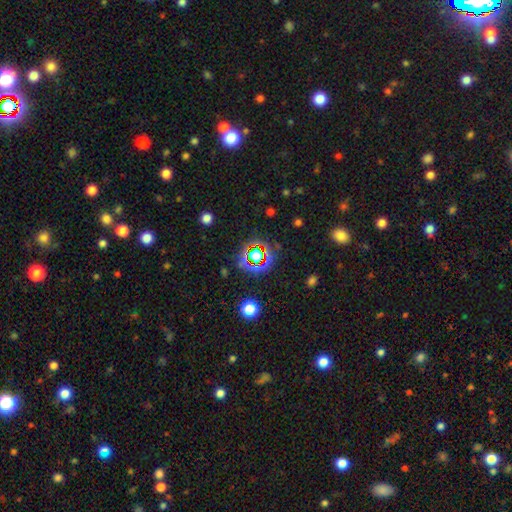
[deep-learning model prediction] Q: Smooth or featured?
A: star or artifact (67%); runner-up: smooth (21%)